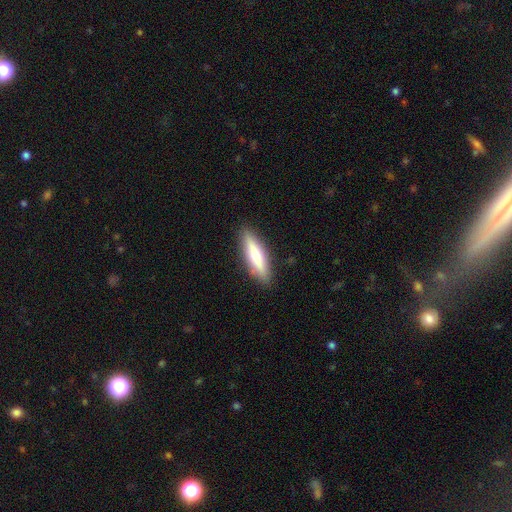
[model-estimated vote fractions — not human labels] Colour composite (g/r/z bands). It shows a smooth galaxy with no disk features (64%) that is cigar-shaped (71%). Merging: none (89%).